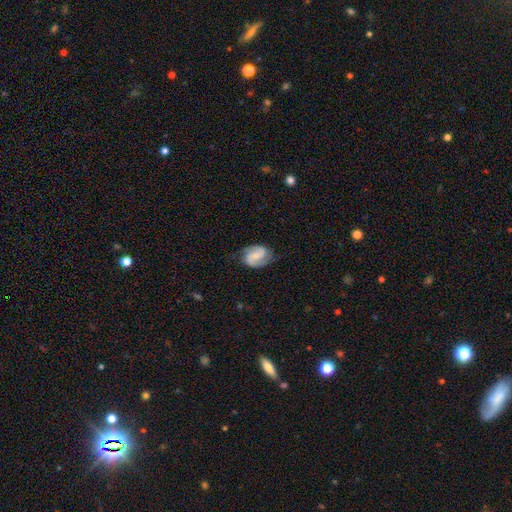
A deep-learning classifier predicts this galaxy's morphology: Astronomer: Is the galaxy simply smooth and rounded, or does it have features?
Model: featured or disk — 76%.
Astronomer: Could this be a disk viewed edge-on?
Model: no — 98%.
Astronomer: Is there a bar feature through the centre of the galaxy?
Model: weak — 44% (runner-up: no, 36%).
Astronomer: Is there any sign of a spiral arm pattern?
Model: yes — 96%.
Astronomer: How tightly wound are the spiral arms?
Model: medium — 49% (runner-up: tight, 27%).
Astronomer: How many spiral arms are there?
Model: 2 — 89%.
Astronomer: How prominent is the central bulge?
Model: small — 40% (runner-up: none, 31%).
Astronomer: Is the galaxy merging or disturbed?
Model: none — 71%.